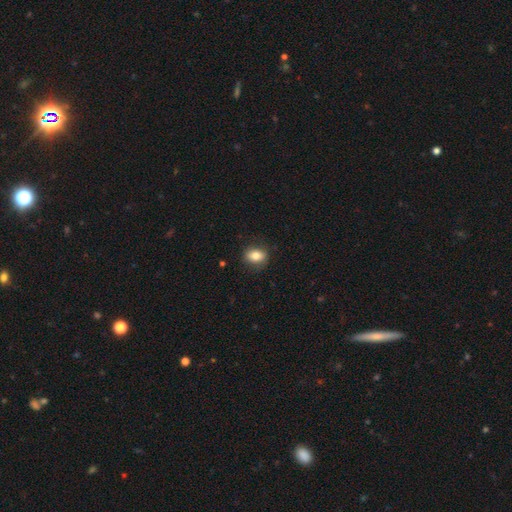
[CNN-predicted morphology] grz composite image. It shows a smooth galaxy with no disk features (81%) that is in between round and cigar-shaped (64%). Merging: none (84%).